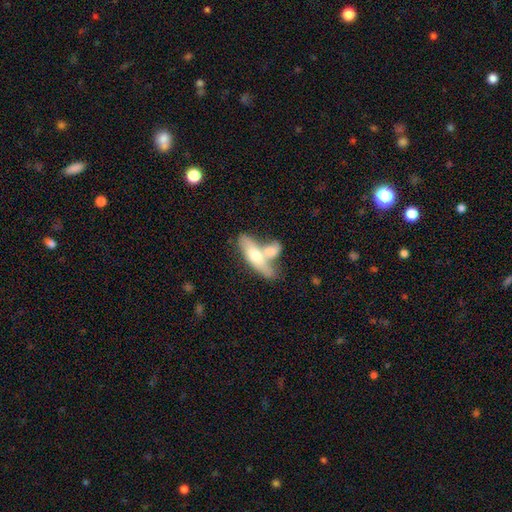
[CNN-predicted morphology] The model was most divided on "how rounded": in between: 53%, cigar-shaped: 44%, round: 3%. More confident: merging — merger (56%); smooth or featured — smooth (54%).